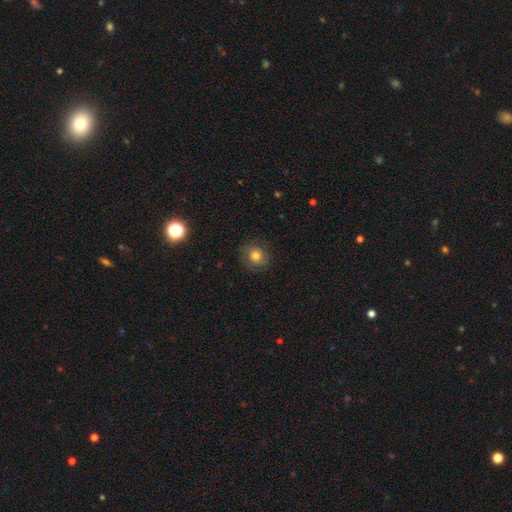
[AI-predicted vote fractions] smooth-or-featured: smooth: 75% | star or artifact: 13% | featured or disk: 12%
  how-rounded: round: 87% | in between: 12% | cigar-shaped: 1%
  merging: none: 84% | minor disturbance: 11% | major disturbance: 4% | merger: 1%